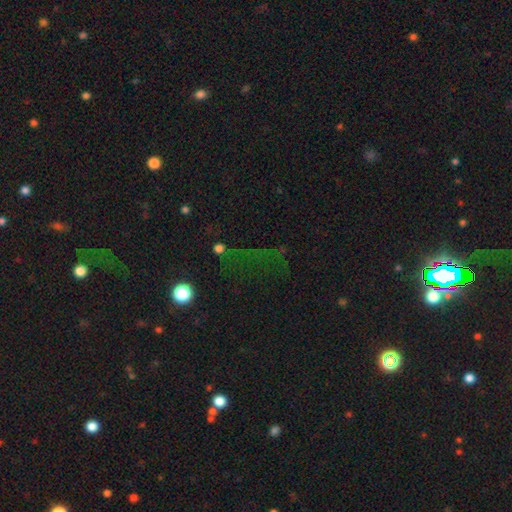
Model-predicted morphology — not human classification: smooth_or_featured: star or artifact (p=0.71) [alt: smooth p=0.19]